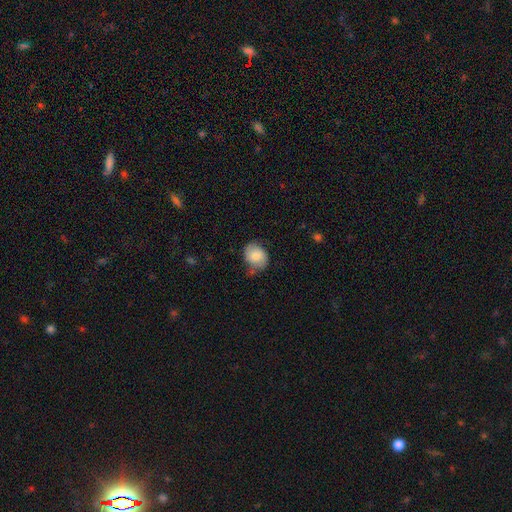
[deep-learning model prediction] A smooth galaxy with no disk features (70%) that is round (55%).

Vote fractions:
- Smooth or featured? smooth: 70% / featured or disk: 22% / star or artifact: 8%
- How rounded? round: 55% / in between: 44% / cigar-shaped: 1%
- Merging? none: 63% / minor disturbance: 27% / major disturbance: 7% / merger: 3%